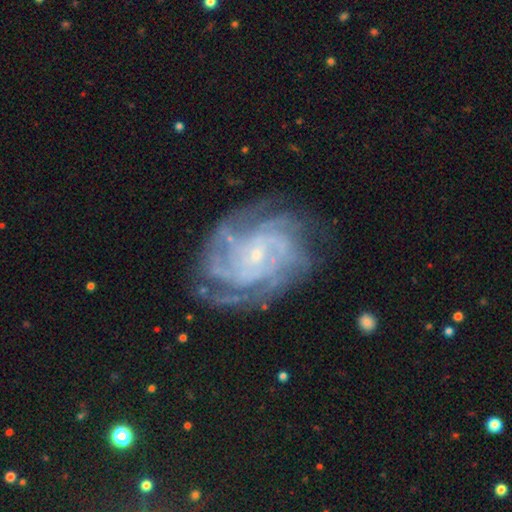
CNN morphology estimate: This is clearly a featured or disk galaxy (89%). It is clearly not viewed edge-on (97%). Bar: likely no (64%). Spiral arm pattern: clearly yes (98%). Spiral arm count: marginally 4 (28%). Spiral winding: likely tight (69%). Central bulge: clearly small (83%). Merging: likely none (73%).